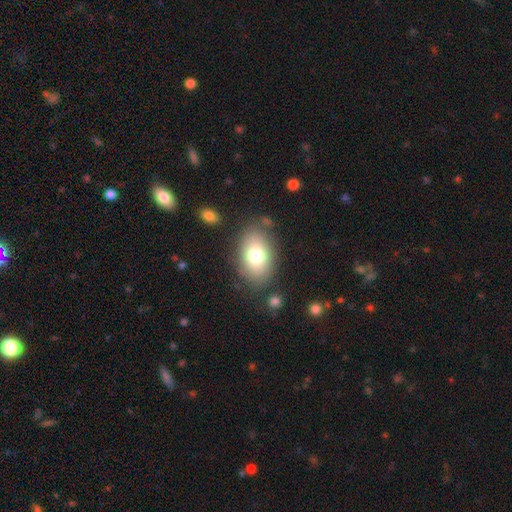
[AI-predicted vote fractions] Q: Smooth or featured?
A: smooth (77%); runner-up: featured or disk (15%)
Q: How rounded?
A: in between (86%); runner-up: round (13%)
Q: Merging?
A: none (78%); runner-up: minor disturbance (13%)